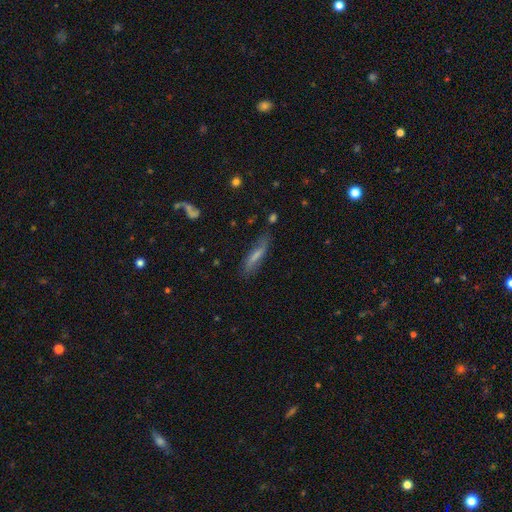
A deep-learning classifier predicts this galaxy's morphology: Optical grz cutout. It shows a smooth galaxy with no disk features (55%) that is cigar-shaped (76%). Merging: none (70%).